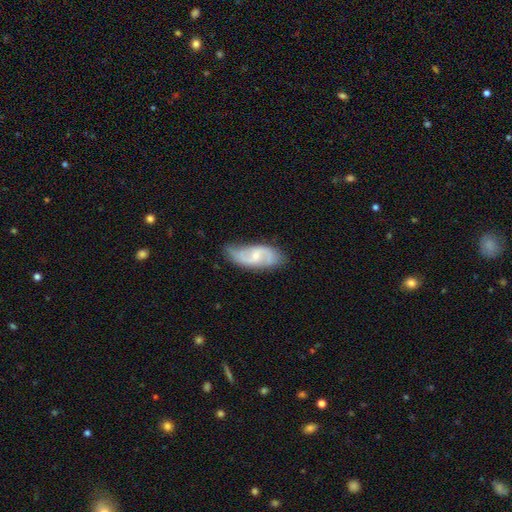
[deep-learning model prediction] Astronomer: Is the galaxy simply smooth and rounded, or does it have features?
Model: featured or disk — 75%.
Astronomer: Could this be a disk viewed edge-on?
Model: no — 94%.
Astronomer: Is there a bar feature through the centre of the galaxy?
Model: weak — 48% (runner-up: no, 41%).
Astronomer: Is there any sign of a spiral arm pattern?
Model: yes — 93%.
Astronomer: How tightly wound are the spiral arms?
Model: loose — 43% (runner-up: medium, 42%).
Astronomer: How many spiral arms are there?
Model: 2 — 85%.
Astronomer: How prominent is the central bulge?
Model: small — 60%.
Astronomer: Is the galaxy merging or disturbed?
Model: none — 66%.